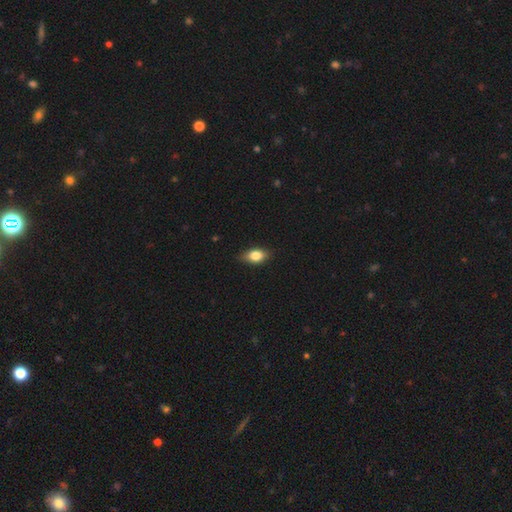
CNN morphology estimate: Smooth or featured: smooth — 75% (featured or disk — 17%)
How rounded: in between — 82% (round — 12%)
Merging: none — 82% (minor disturbance — 15%)